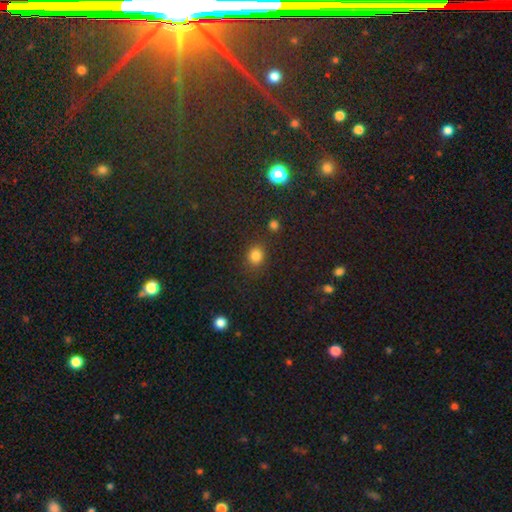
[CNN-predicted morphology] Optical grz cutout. It shows a smooth galaxy with no disk features (81%) that is round (73%). Merging: none (81%).